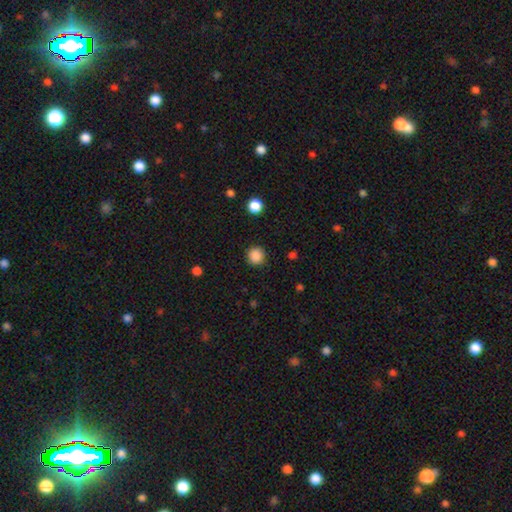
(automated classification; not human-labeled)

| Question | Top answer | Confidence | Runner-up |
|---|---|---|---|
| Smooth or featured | smooth | 86% | star or artifact (11%) |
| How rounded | round | 94% | in between (5%) |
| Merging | none | 90% | minor disturbance (6%) |